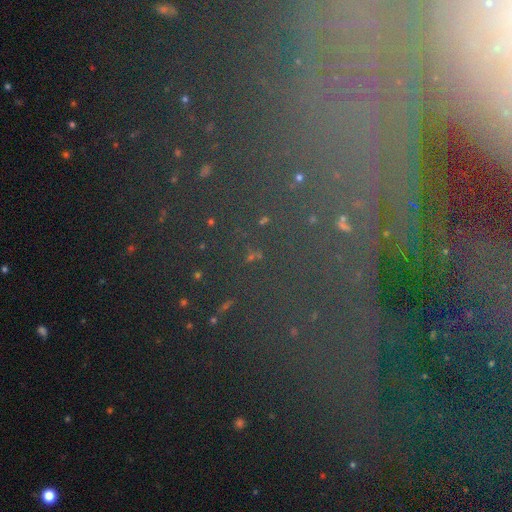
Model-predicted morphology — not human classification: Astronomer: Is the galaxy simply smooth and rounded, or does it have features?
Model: star or artifact — 64%.